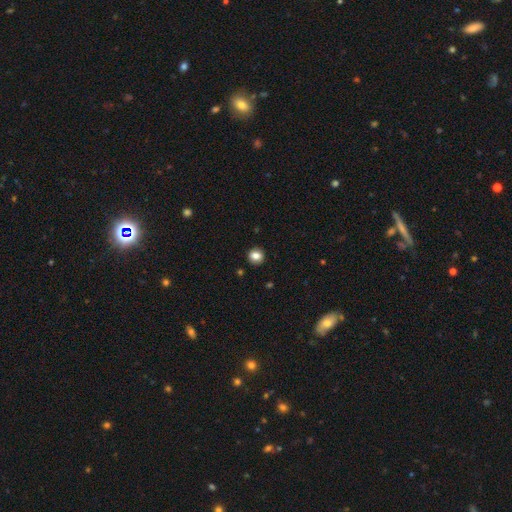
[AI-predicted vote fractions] A smooth galaxy with no disk features (84%) that is round (87%). Merging: none (91%).